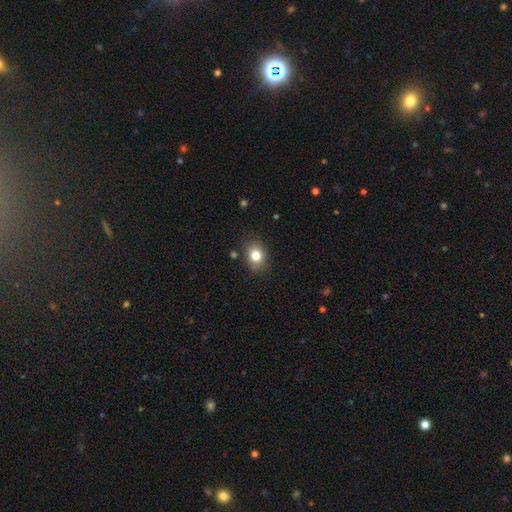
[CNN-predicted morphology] A smooth galaxy with no disk features (80%) that is in between round and cigar-shaped (53%). Merging: none (82%).